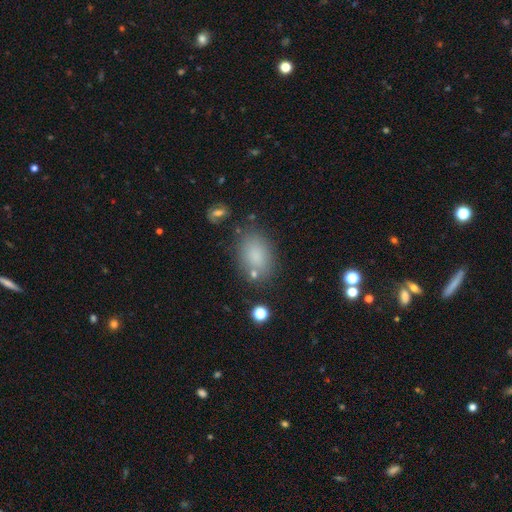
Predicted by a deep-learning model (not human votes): smooth 82%, star or artifact 11%, featured or disk 8%. Down the decision tree: how rounded — in between (83%); merging — none (76%).